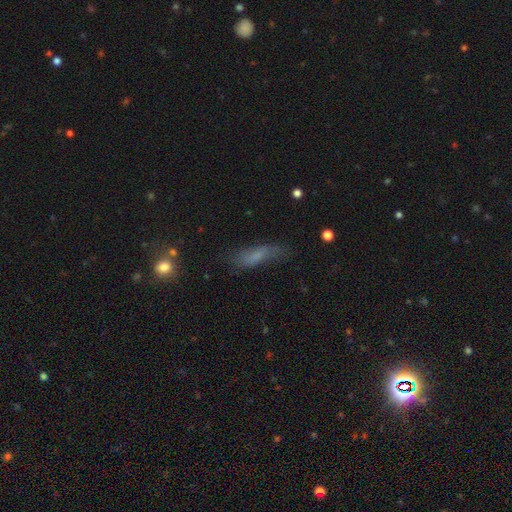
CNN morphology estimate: A smooth galaxy with no disk features (63%) that is cigar-shaped (57%). Merging: none (58%).